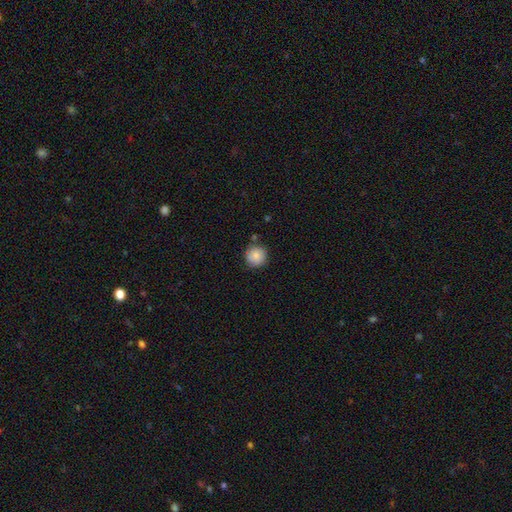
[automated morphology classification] smooth_or_featured: smooth (p=0.86) [alt: star or artifact p=0.08]
how_rounded: round (p=0.95) [alt: in between p=0.05]
merging: none (p=0.83) [alt: minor disturbance p=0.11]